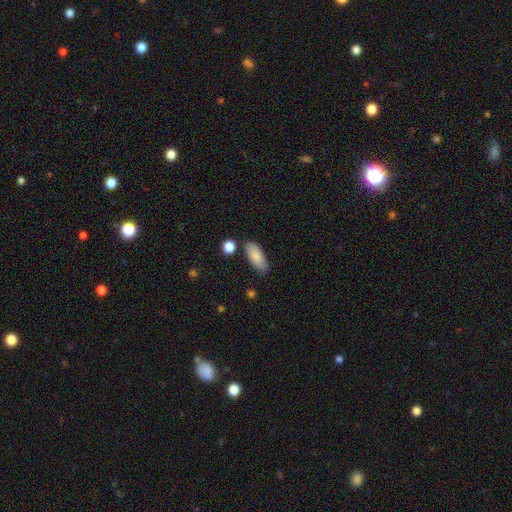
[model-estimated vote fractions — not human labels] smooth-or-featured: smooth: 83% | featured or disk: 11% | star or artifact: 6%
  how-rounded: in between: 84% | cigar-shaped: 14% | round: 2%
  merging: none: 80% | minor disturbance: 14% | merger: 4% | major disturbance: 3%